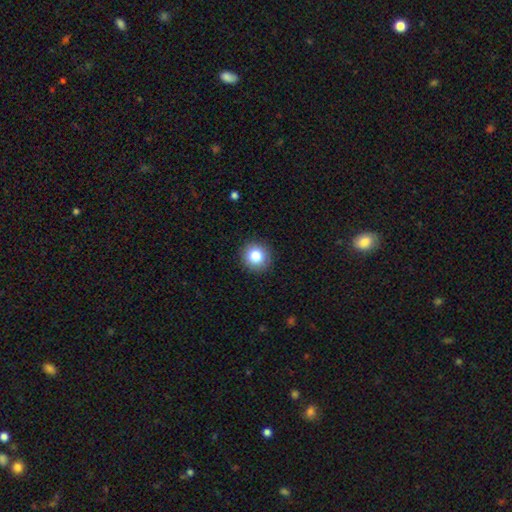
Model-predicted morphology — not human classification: The model was most divided on "smooth or featured": smooth: 83%, star or artifact: 10%, featured or disk: 7%. More confident: how rounded — round (92%); merging — none (91%).